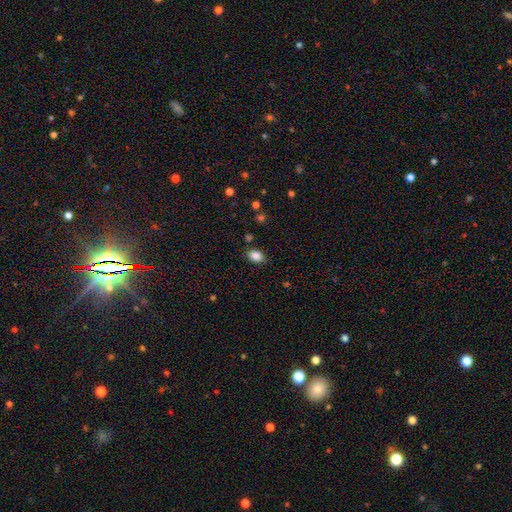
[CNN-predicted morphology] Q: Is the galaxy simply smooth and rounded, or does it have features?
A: smooth — 86%.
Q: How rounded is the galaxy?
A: in between — 80%.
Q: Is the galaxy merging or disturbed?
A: none — 85%.